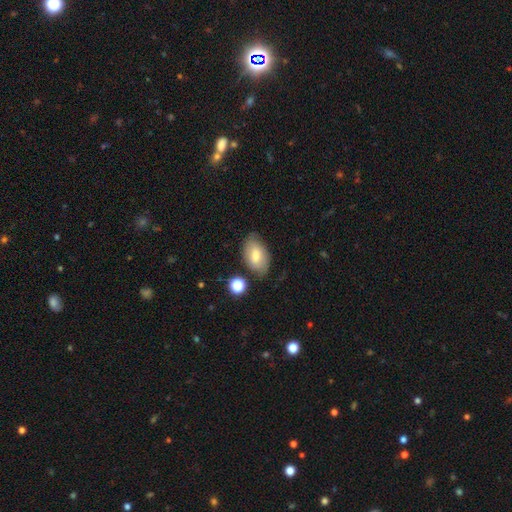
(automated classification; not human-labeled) Morphology: type=smooth (72%); roundness=in between (91%); merging=none (74%).